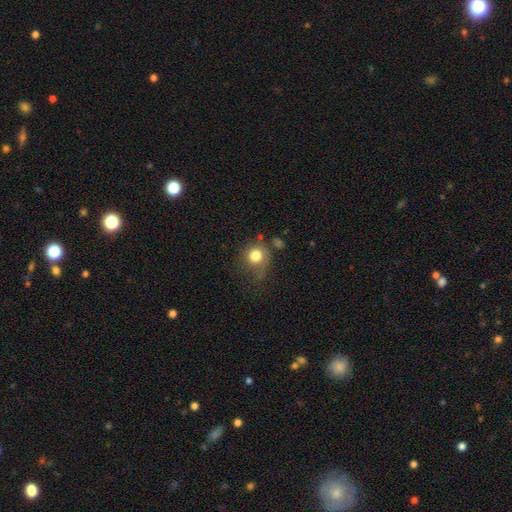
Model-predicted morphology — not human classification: The model was most divided on "merging": none: 51%, minor disturbance: 26%, major disturbance: 17%, merger: 7%. More confident: how rounded — round (82%); smooth or featured — smooth (79%).